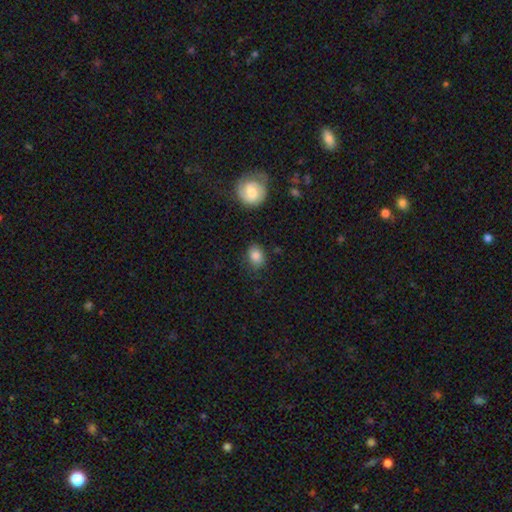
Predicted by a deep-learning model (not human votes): Q: Smooth or featured?
A: smooth (83%); runner-up: star or artifact (8%)
Q: How rounded?
A: in between (58%); runner-up: round (41%)
Q: Merging?
A: none (76%); runner-up: minor disturbance (18%)